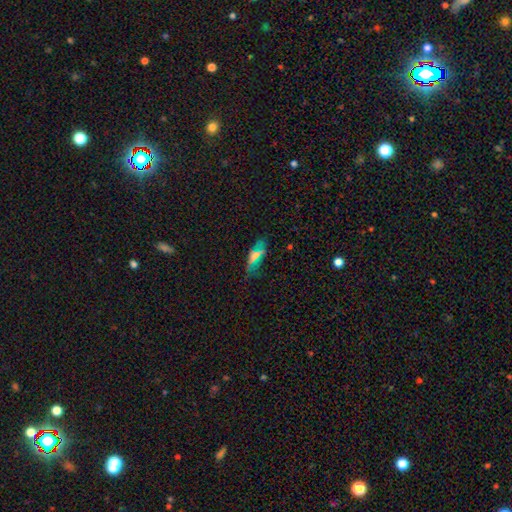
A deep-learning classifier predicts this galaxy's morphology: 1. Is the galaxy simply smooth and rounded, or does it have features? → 54% smooth, 25% star or artifact, 21% featured or disk.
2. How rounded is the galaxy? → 64% in between, 30% cigar-shaped, 5% round.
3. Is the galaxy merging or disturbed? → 70% none, 19% minor disturbance, 8% major disturbance, 3% merger.